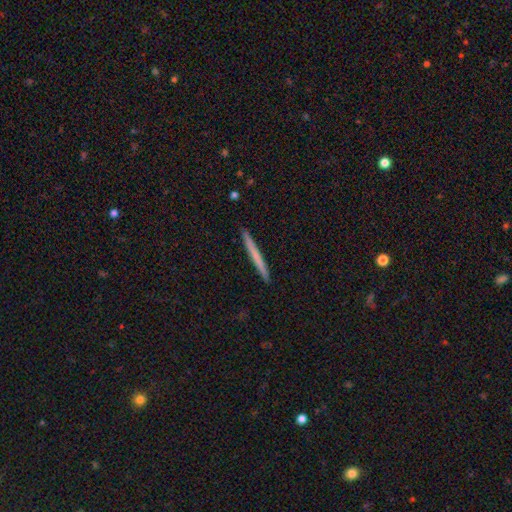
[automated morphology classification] A smooth galaxy with no disk features (63%) that is cigar-shaped (97%).

Vote fractions:
- Smooth or featured? smooth: 63% / featured or disk: 32% / star or artifact: 5%
- How rounded? cigar-shaped: 97% / in between: 2% / round: 1%
- Merging? none: 93% / minor disturbance: 5% / major disturbance: 1% / merger: 1%